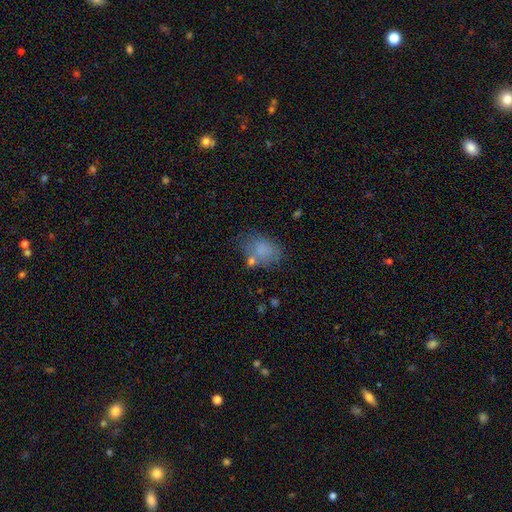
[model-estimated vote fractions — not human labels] A smooth galaxy with no disk features (73%) that is in between round and cigar-shaped (72%). Merging: none (50%).